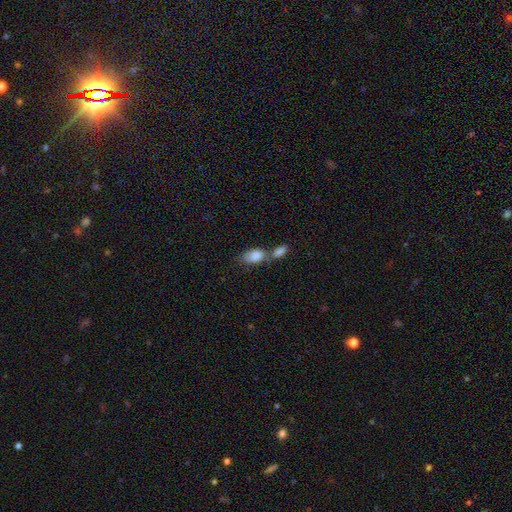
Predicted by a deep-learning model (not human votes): The model was most divided on "merging": merger: 50%, none: 33%, minor disturbance: 12%, major disturbance: 5%. More confident: how rounded — in between (90%); smooth or featured — smooth (83%).